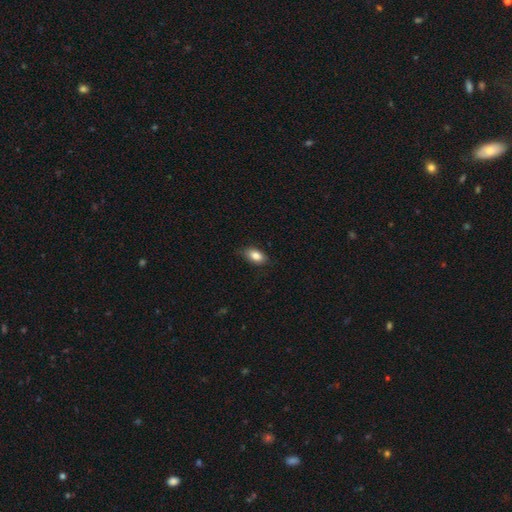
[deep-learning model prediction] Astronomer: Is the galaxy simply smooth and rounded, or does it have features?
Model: smooth — 85%.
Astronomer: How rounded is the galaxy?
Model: in between — 89%.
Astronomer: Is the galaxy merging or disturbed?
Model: none — 81%.